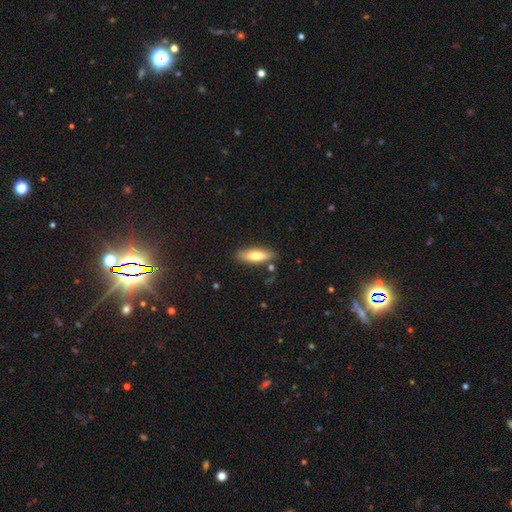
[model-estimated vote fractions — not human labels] Q: Smooth or featured?
A: smooth (68%); runner-up: featured or disk (26%)
Q: How rounded?
A: cigar-shaped (51%); runner-up: in between (46%)
Q: Merging?
A: none (82%); runner-up: minor disturbance (12%)